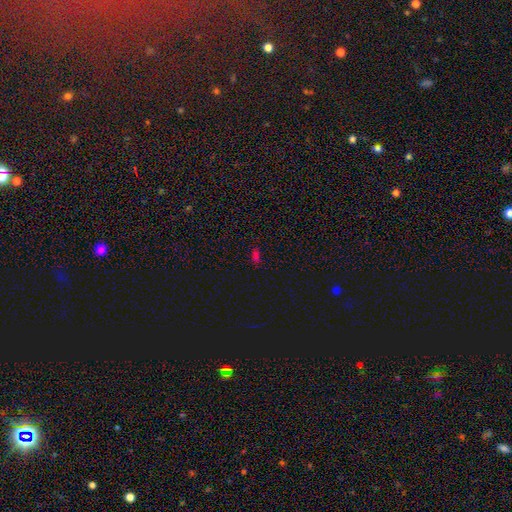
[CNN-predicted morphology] Smooth or featured? Predicted: smooth (p=0.54). How rounded? Predicted: in between (p=0.80). Merging? Predicted: none (p=0.72).